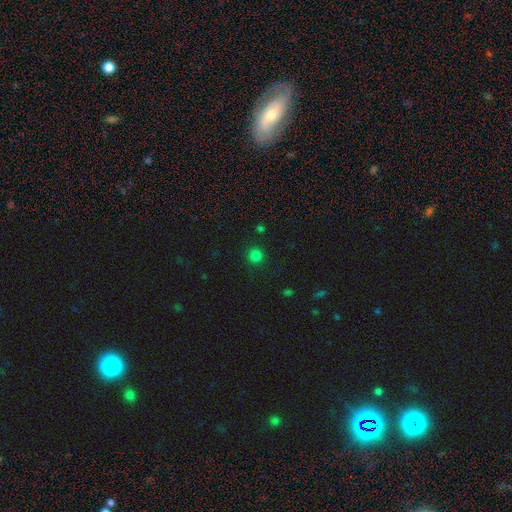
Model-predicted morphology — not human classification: Overall: smooth (80%). How rounded: round (94%). Merging: none (90%).